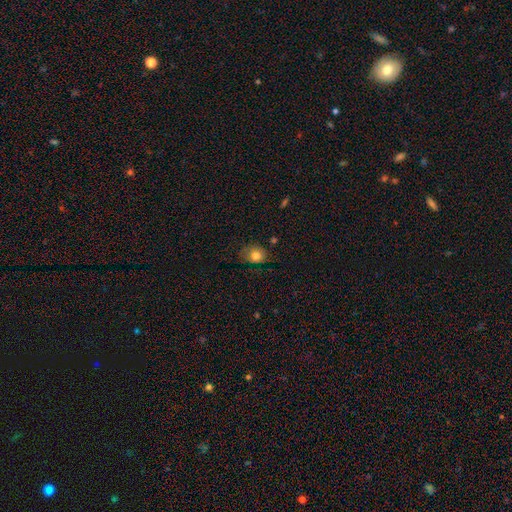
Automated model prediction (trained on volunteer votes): Smooth or featured?
  - smooth: 77% *
  - featured or disk: 11%
  - star or artifact: 11%
How rounded?
  - round: 56% *
  - in between: 43%
  - cigar-shaped: 1%
Merging?
  - none: 66% *
  - minor disturbance: 25%
  - major disturbance: 8%
  - merger: 2%